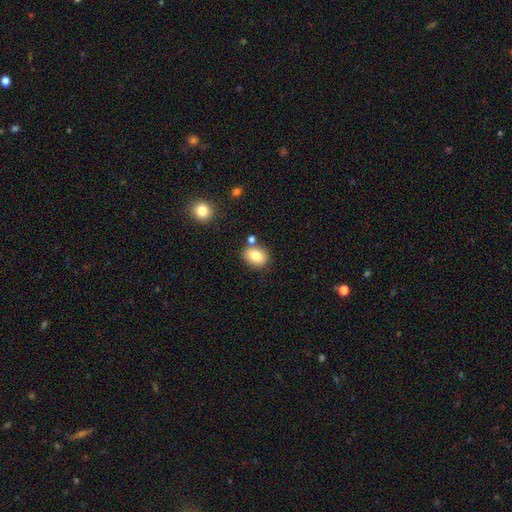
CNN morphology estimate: type=smooth (81%); roundness=in between (69%); merging=none (72%).